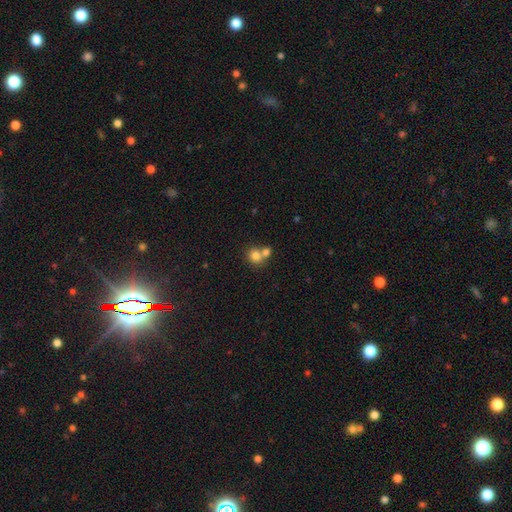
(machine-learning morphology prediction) A smooth galaxy with no disk features (79%) that is round (79%). Merging: merger (52%).